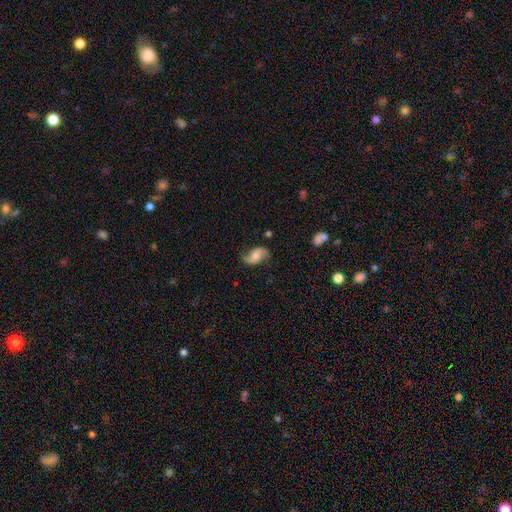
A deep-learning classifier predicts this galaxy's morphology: This appears to be a featured or disk galaxy (76%) with no bar (60%), 2 (92%) loose (61%) spiral arms (95%) and a moderate central bulge (50%). Merging: none (76%).